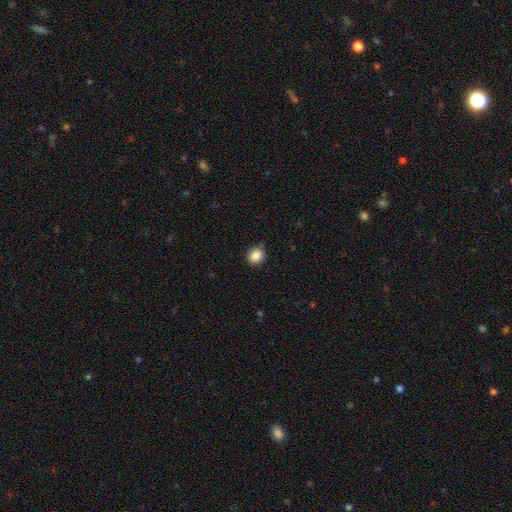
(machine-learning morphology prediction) The model was most divided on "how rounded": round: 82%, in between: 17%, cigar-shaped: 1%. More confident: smooth or featured — smooth (87%); merging — none (83%).